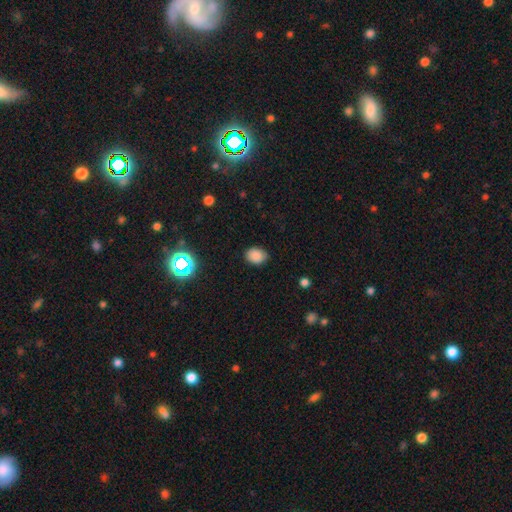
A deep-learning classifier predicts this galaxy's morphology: type=smooth (85%); roundness=in between (62%); merging=none (84%).